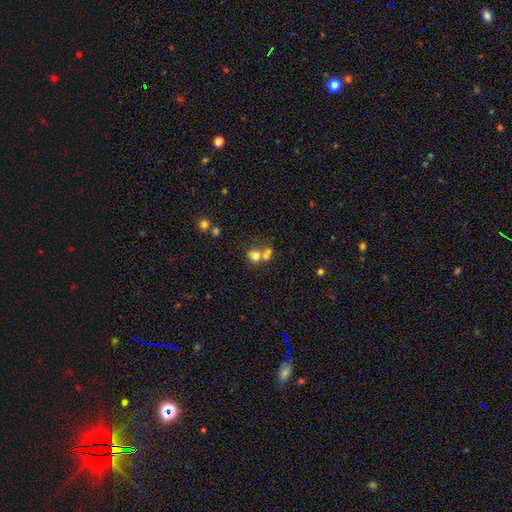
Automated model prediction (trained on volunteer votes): This is likely a smooth galaxy (71%). How rounded: likely round (72%). Merging: possibly merger (51%).